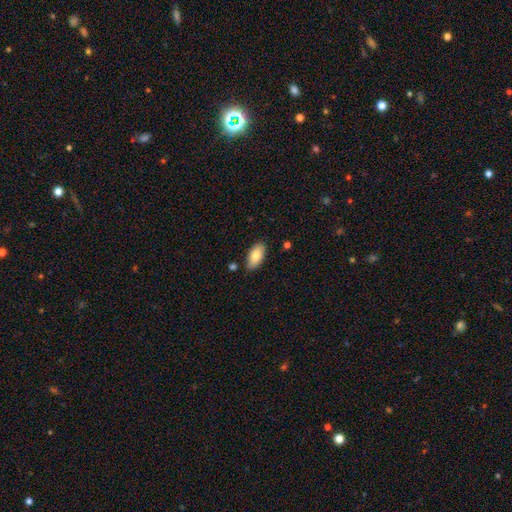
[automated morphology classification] Smooth or featured? Predicted: smooth (p=0.82). How rounded? Predicted: in between (p=0.93). Merging? Predicted: none (p=0.83).